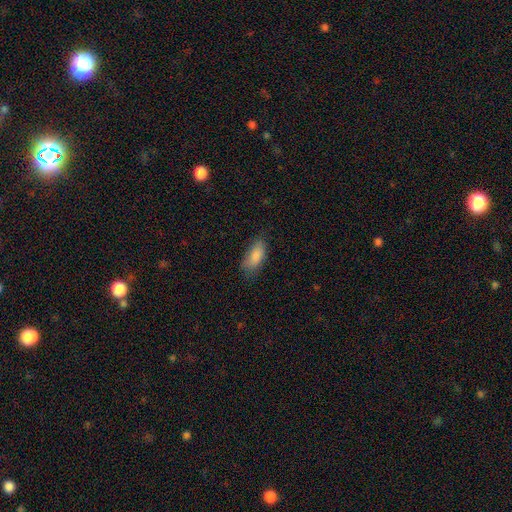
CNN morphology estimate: Q: Smooth or featured?
A: smooth (86%); runner-up: star or artifact (7%)
Q: How rounded?
A: in between (84%); runner-up: cigar-shaped (13%)
Q: Merging?
A: none (67%); runner-up: minor disturbance (24%)